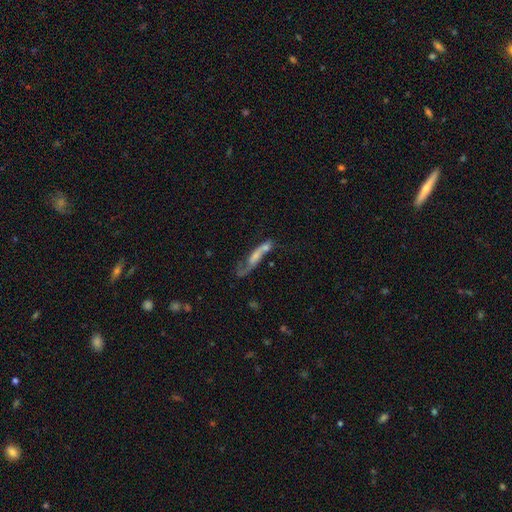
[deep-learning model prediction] featured or disk 62%, smooth 27%, star or artifact 10%. Down the decision tree: edge-on disk — no (66%); merging — none (35%).